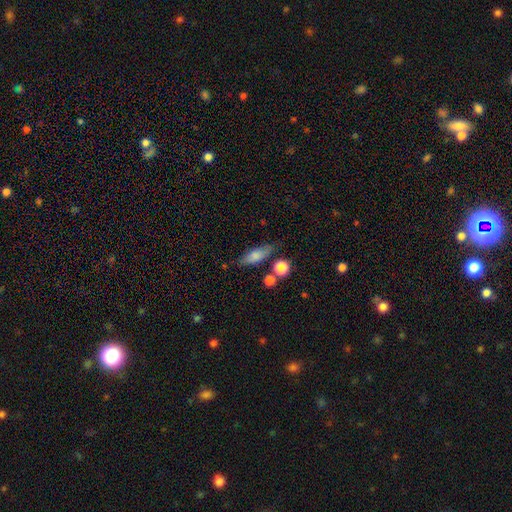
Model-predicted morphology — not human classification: A smooth galaxy with no disk features (72%) that is in between round and cigar-shaped (60%). Merging: none (69%).